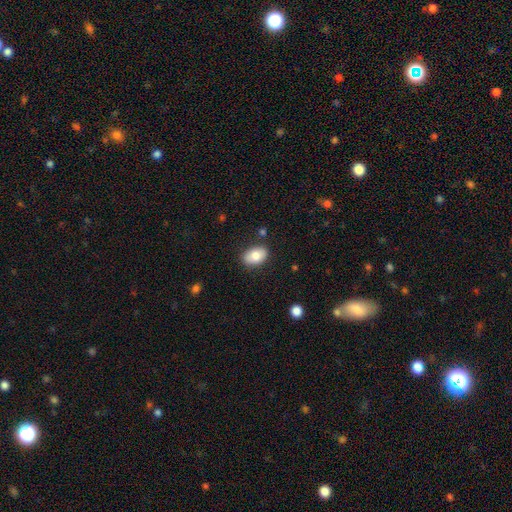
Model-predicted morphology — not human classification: Smooth or featured? Predicted: smooth (p=0.81). How rounded? Predicted: in between (p=0.87). Merging? Predicted: none (p=0.83).